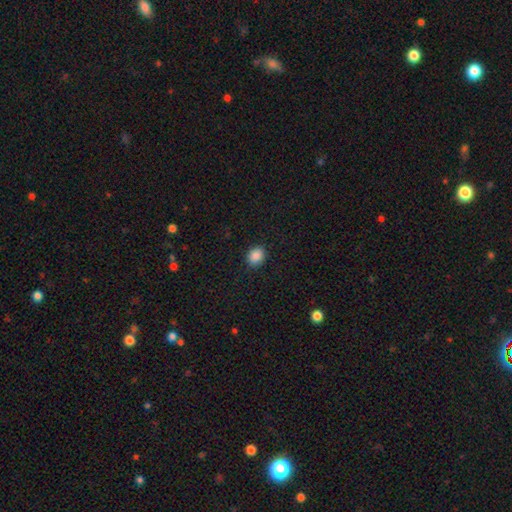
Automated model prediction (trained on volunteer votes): Q: Smooth or featured?
A: smooth (88%); runner-up: star or artifact (9%)
Q: How rounded?
A: round (52%); runner-up: in between (47%)
Q: Merging?
A: none (89%); runner-up: minor disturbance (8%)